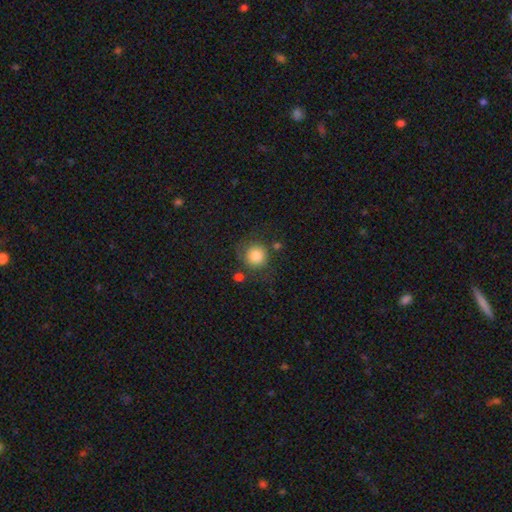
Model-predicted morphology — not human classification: This is clearly a smooth galaxy (83%). How rounded: clearly round (91%). Merging: likely none (72%).